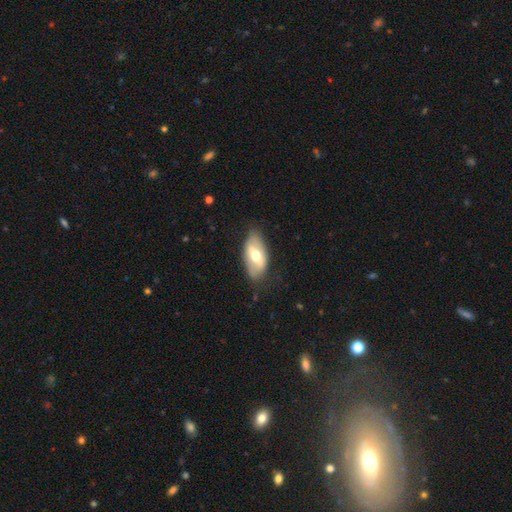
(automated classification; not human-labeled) A featured or disk galaxy (48%). Merging: none (74%).